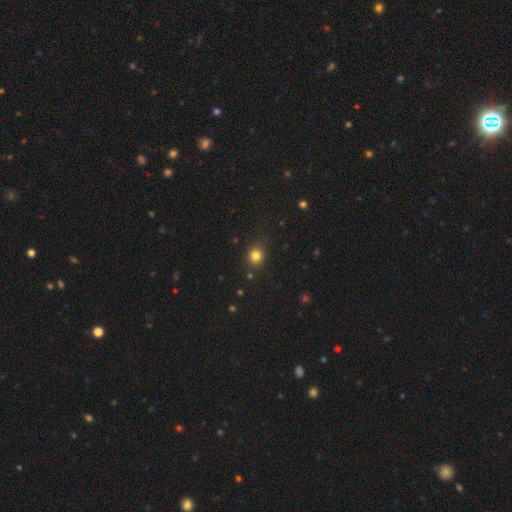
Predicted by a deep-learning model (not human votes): smooth_or_featured: smooth (p=0.80) [alt: star or artifact p=0.14]
how_rounded: round (p=0.79) [alt: in between p=0.20]
merging: none (p=0.85) [alt: minor disturbance p=0.10]